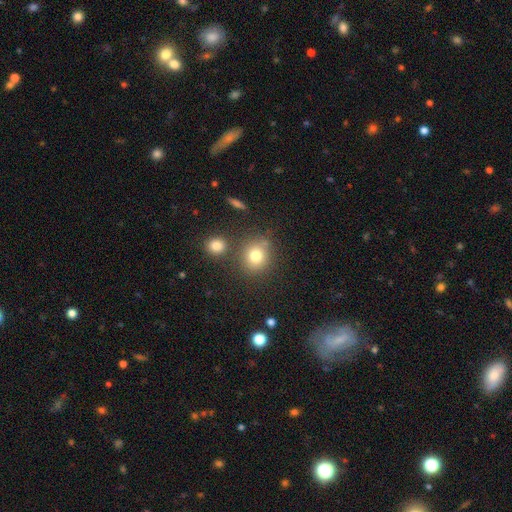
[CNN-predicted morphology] smooth_or_featured: smooth (p=0.78) [alt: star or artifact p=0.13]
how_rounded: round (p=0.79) [alt: in between p=0.20]
merging: none (p=0.73) [alt: minor disturbance p=0.12]